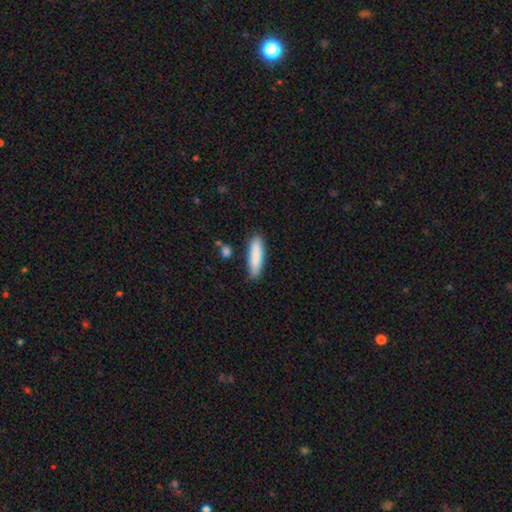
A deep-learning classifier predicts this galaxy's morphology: Smooth or featured? smooth (86%)
How rounded? cigar-shaped (68%)
Merging? none (84%)